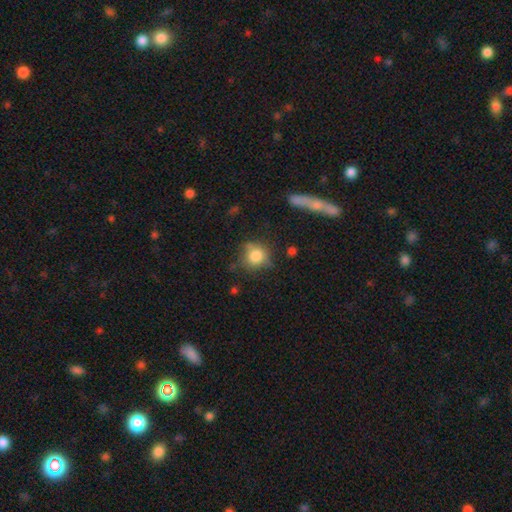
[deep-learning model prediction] This appears to be a smooth galaxy with no disk features (80%) that is round (85%). Merging: none (67%).